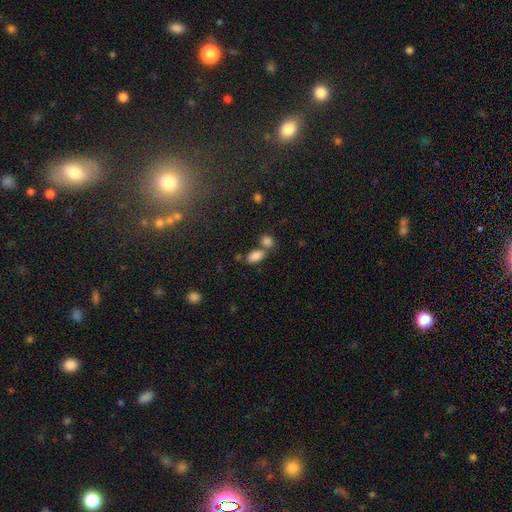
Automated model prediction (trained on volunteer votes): Smooth or featured?
  - smooth: 84% *
  - star or artifact: 9%
  - featured or disk: 7%
How rounded?
  - in between: 91% *
  - round: 5%
  - cigar-shaped: 4%
Merging?
  - none: 50% *
  - merger: 35%
  - minor disturbance: 11%
  - major disturbance: 4%